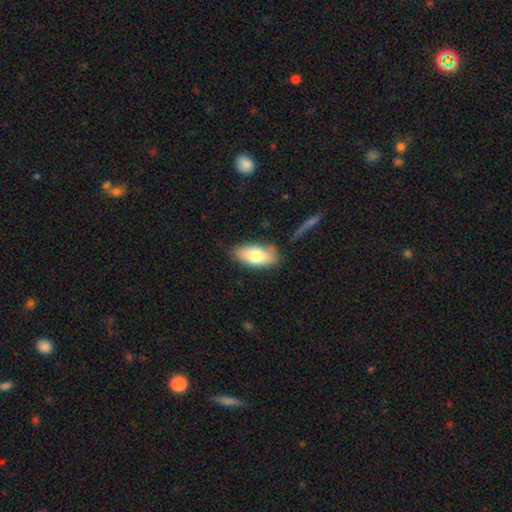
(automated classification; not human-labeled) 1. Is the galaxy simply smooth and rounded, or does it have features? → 75% smooth, 19% featured or disk, 7% star or artifact.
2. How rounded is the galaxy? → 89% in between, 8% cigar-shaped, 3% round.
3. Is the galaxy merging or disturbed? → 81% none, 13% minor disturbance, 3% major disturbance, 3% merger.